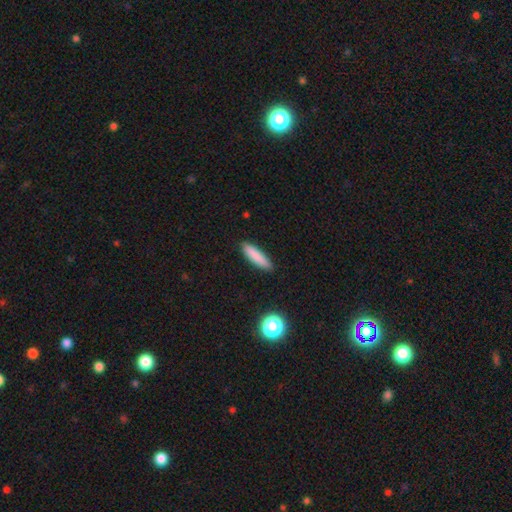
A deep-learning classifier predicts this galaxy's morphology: Overall: smooth (85%). How rounded: cigar-shaped (76%). Merging: none (89%).